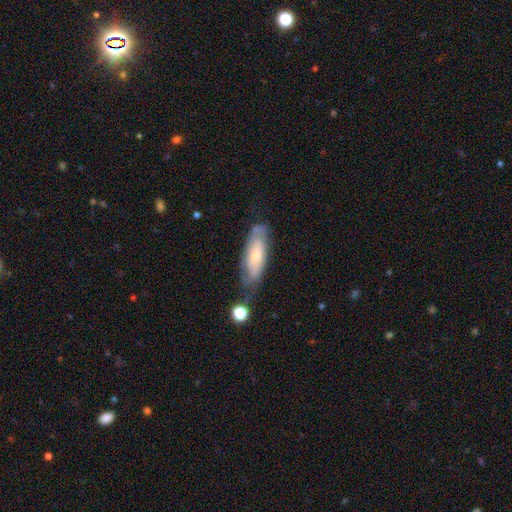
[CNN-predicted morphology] smooth_or_featured: featured or disk (p=0.53) [alt: smooth p=0.41]
disk_edge_on: no (p=0.80) [alt: yes p=0.20]
merging: none (p=0.61) [alt: minor disturbance p=0.25]